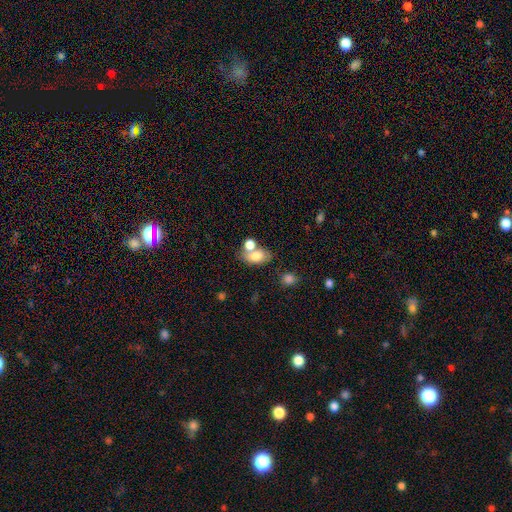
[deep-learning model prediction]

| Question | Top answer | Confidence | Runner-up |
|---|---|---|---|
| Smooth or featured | smooth | 74% | featured or disk (16%) |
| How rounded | in between | 84% | round (14%) |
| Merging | none | 44% | merger (36%) |